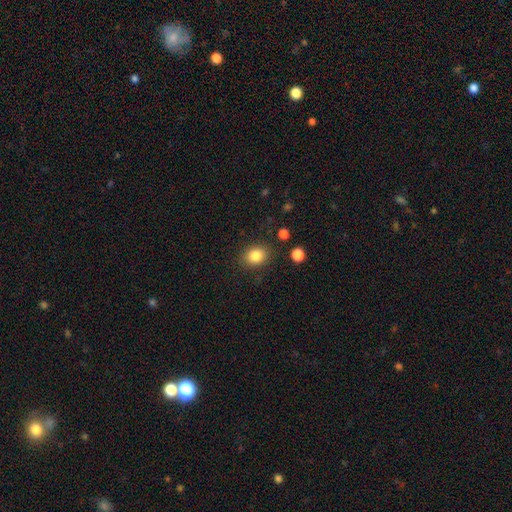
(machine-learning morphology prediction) Smooth or featured: smooth — 84% (star or artifact — 10%)
How rounded: in between — 51% (round — 48%)
Merging: none — 85% (minor disturbance — 10%)